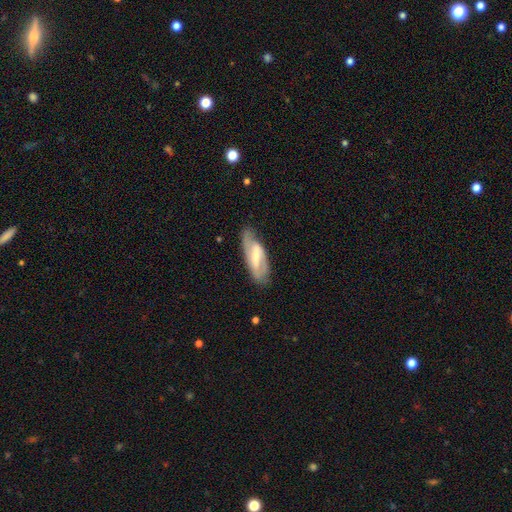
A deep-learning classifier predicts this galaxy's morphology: Smooth or featured? Predicted: featured or disk (p=0.68). Edge-on disk? Predicted: no (p=0.87). Bar? Predicted: strong (p=0.59). Spiral arms? Predicted: yes (p=0.77). Bulge size? Predicted: small (p=0.41). Merging? Predicted: none (p=0.71).